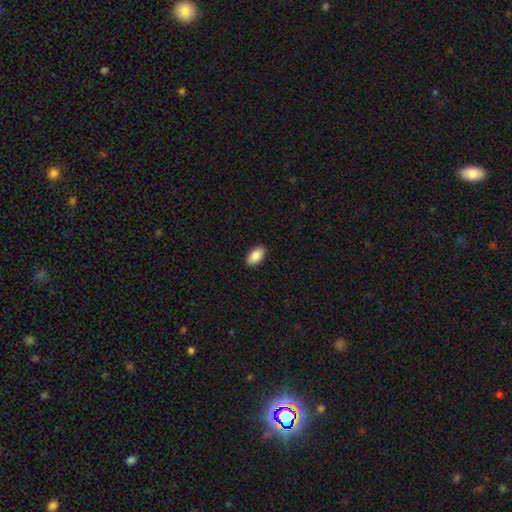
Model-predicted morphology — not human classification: Smooth or featured? Predicted: smooth (p=0.89). How rounded? Predicted: in between (p=0.95). Merging? Predicted: none (p=0.89).